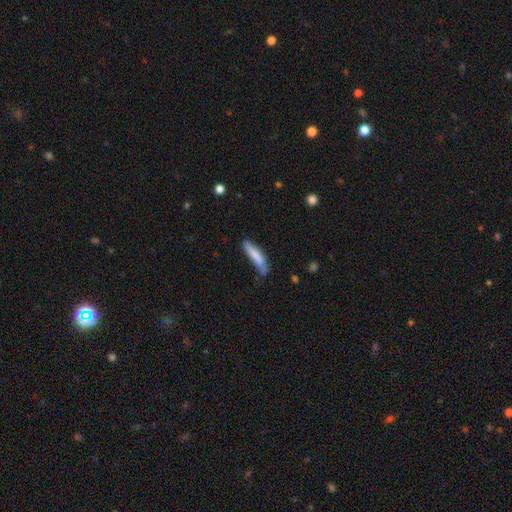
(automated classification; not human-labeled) The model was most divided on "merging": none: 56%, minor disturbance: 31%, major disturbance: 9%, merger: 4%. More confident: how rounded — cigar-shaped (84%); smooth or featured — smooth (77%).